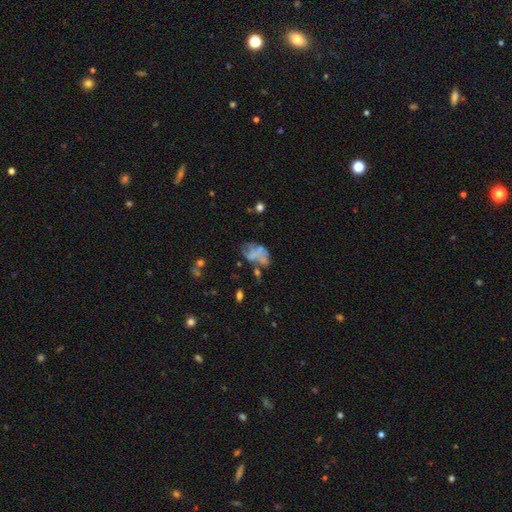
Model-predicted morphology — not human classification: This appears to be a featured or disk galaxy (50%). Merging: major disturbance (31%).